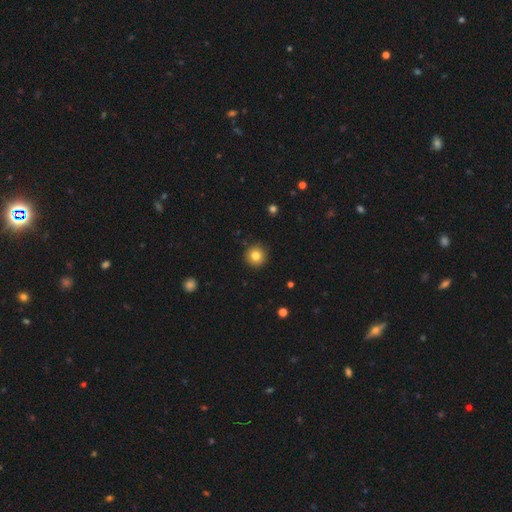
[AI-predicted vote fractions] Smooth or featured? smooth (82%)
How rounded? round (96%)
Merging? none (92%)